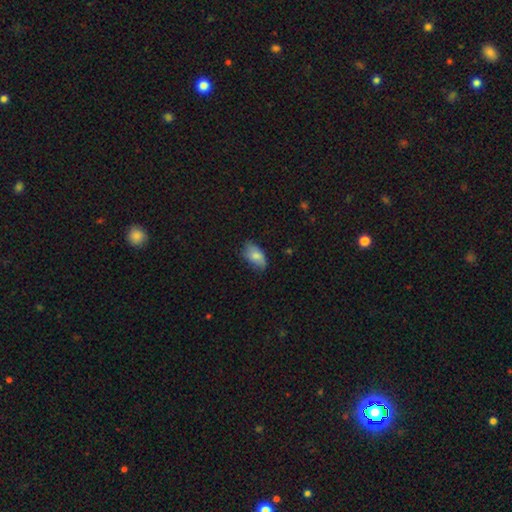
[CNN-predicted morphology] The model was most divided on "merging": none: 66%, minor disturbance: 28%, major disturbance: 5%, merger: 1%. More confident: how rounded — in between (93%); smooth or featured — smooth (78%).